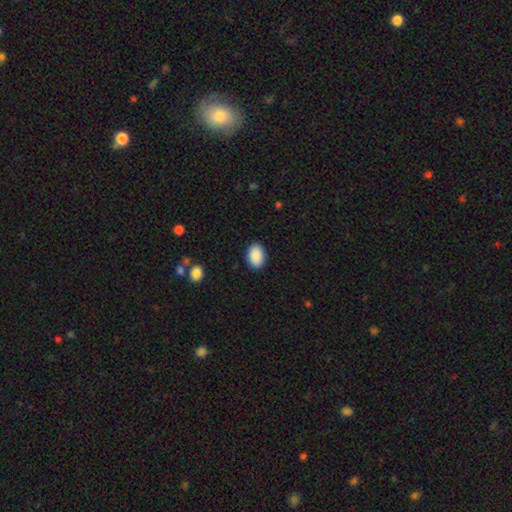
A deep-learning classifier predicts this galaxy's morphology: smooth 91%, star or artifact 7%, featured or disk 3%. Down the decision tree: how rounded — in between (84%); merging — none (89%).